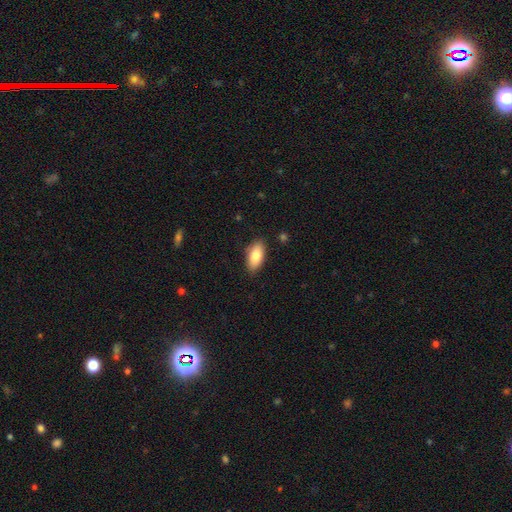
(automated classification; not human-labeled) smooth-or-featured: smooth: 82% | featured or disk: 12% | star or artifact: 7%
  how-rounded: in between: 90% | cigar-shaped: 7% | round: 3%
  merging: none: 86% | minor disturbance: 11% | major disturbance: 2% | merger: 1%